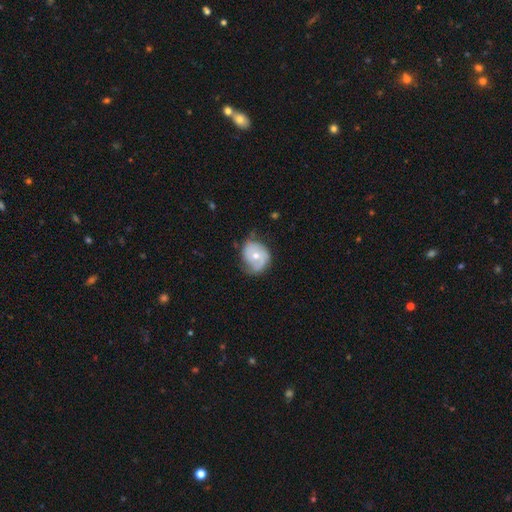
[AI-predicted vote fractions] Smooth or featured? featured or disk (58%)
Edge-on disk? no (96%)
Bar? no (78%)
Spiral arms? yes (69%)
Bulge size? moderate (62%)
Merging? none (53%)